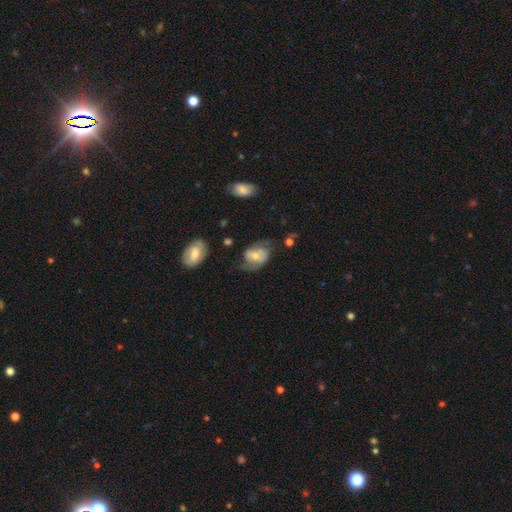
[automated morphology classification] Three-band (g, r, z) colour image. It shows a featured or disk galaxy (51%). Merging: none (46%).